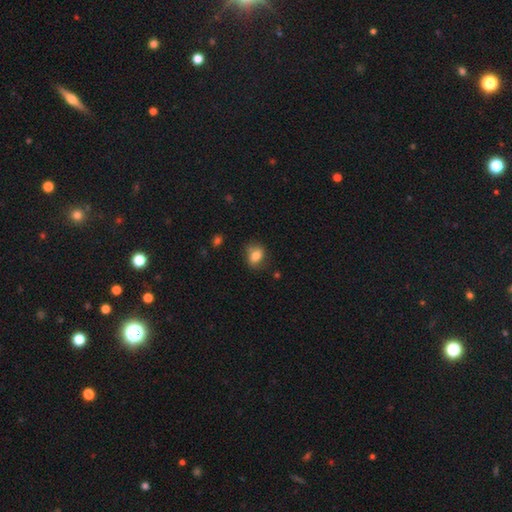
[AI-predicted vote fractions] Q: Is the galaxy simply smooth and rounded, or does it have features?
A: smooth — 77%.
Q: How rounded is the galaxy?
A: in between — 65%.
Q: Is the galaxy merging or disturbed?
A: none — 69%.